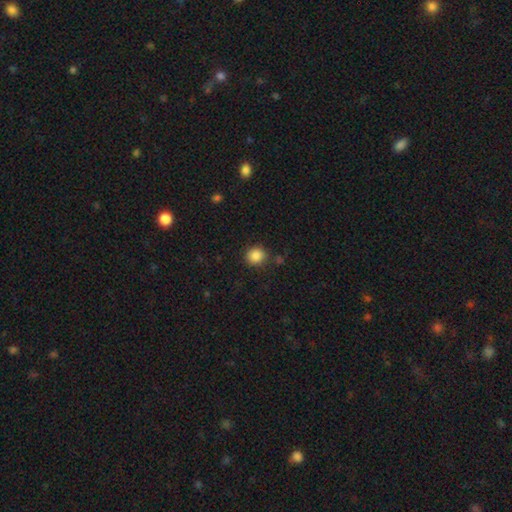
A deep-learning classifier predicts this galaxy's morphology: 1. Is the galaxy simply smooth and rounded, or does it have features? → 86% smooth, 10% star or artifact, 3% featured or disk.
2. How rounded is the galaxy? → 84% round, 15% in between, 1% cigar-shaped.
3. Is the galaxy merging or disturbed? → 85% none, 9% minor disturbance, 3% major disturbance, 3% merger.